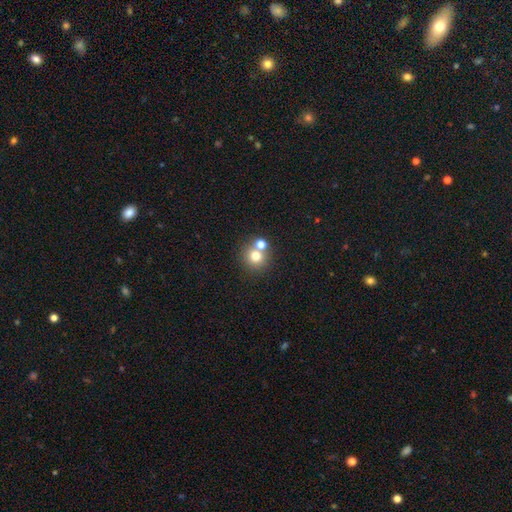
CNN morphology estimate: This appears to be a smooth galaxy with no disk features (74%) that is round (91%). Merging: none (59%).